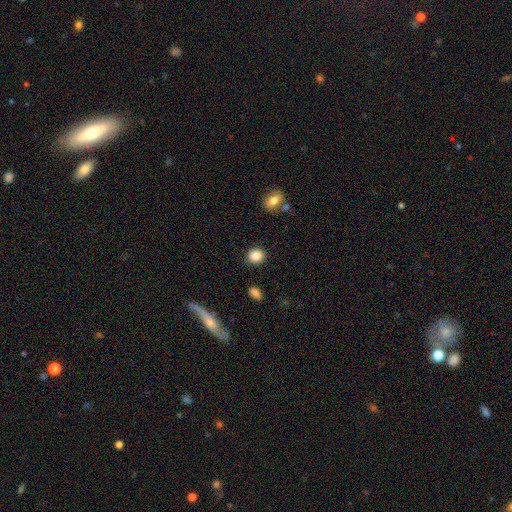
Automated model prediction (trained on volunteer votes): Smooth or featured?
  - smooth: 87% *
  - star or artifact: 9%
  - featured or disk: 4%
How rounded?
  - round: 70% *
  - in between: 29%
  - cigar-shaped: 1%
Merging?
  - none: 88% *
  - minor disturbance: 8%
  - major disturbance: 3%
  - merger: 2%